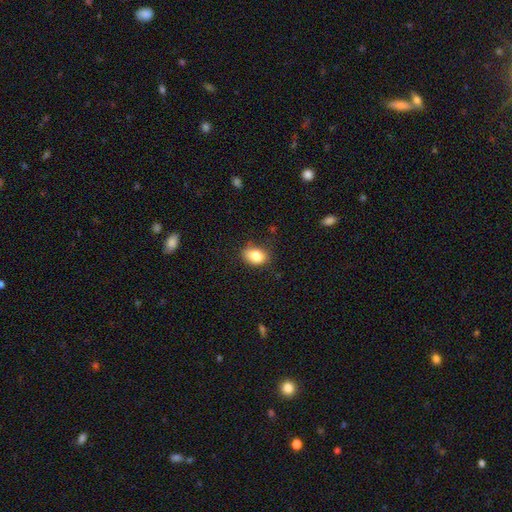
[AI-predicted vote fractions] Smooth or featured? Predicted: smooth (p=0.84). How rounded? Predicted: in between (p=0.77). Merging? Predicted: none (p=0.73).